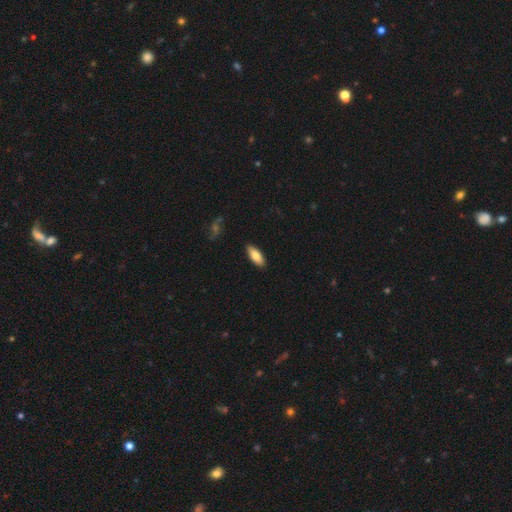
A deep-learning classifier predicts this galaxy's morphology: A smooth galaxy with no disk features (83%) that is in between round and cigar-shaped (78%).

Vote fractions:
- Smooth or featured? smooth: 83% / featured or disk: 11% / star or artifact: 6%
- How rounded? in between: 78% / cigar-shaped: 20% / round: 2%
- Merging? none: 88% / minor disturbance: 9% / major disturbance: 2% / merger: 1%